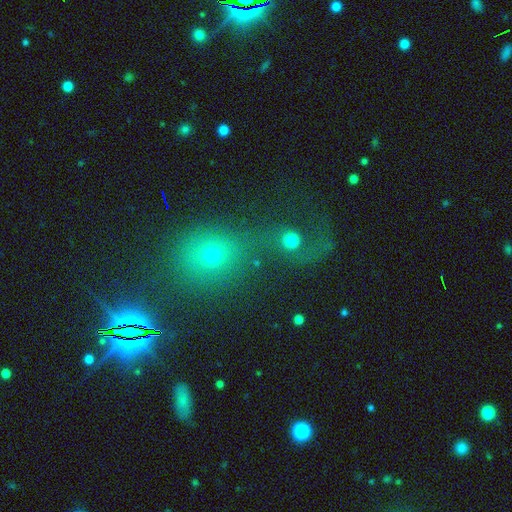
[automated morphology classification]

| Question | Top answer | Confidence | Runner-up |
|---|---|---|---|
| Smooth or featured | star or artifact | 44% | smooth (40%) |